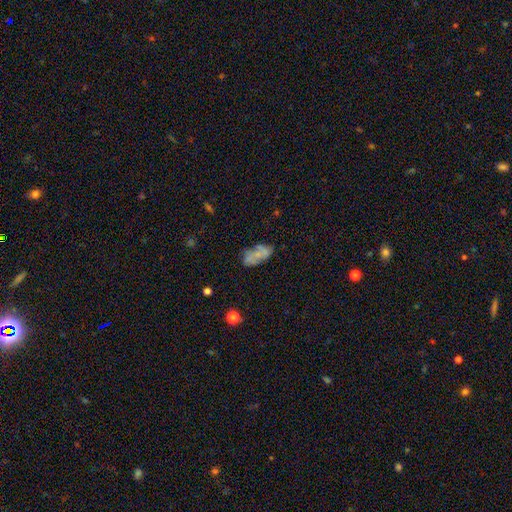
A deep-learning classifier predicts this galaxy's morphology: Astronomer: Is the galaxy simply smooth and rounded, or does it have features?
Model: smooth — 54% (runner-up: featured or disk, 35%).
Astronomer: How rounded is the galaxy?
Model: in between — 90%.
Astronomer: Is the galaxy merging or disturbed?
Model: none — 51%.